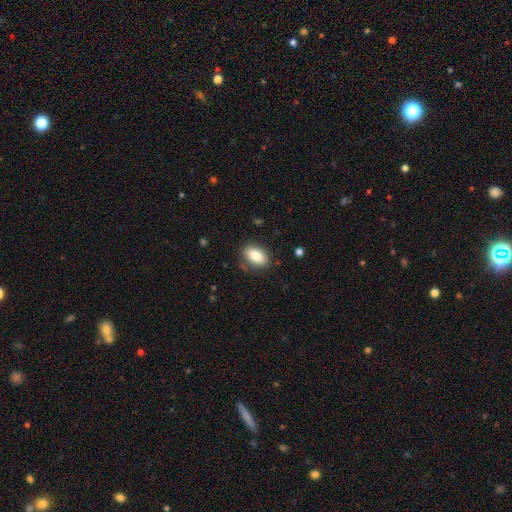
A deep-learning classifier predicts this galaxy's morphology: Smooth or featured? smooth (84%)
How rounded? in between (90%)
Merging? none (82%)